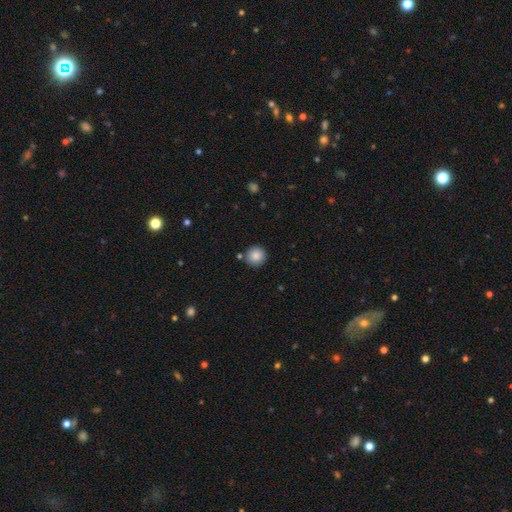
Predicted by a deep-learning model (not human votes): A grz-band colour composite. It shows a smooth galaxy with no disk features (87%) that is round (95%). Merging: none (86%).